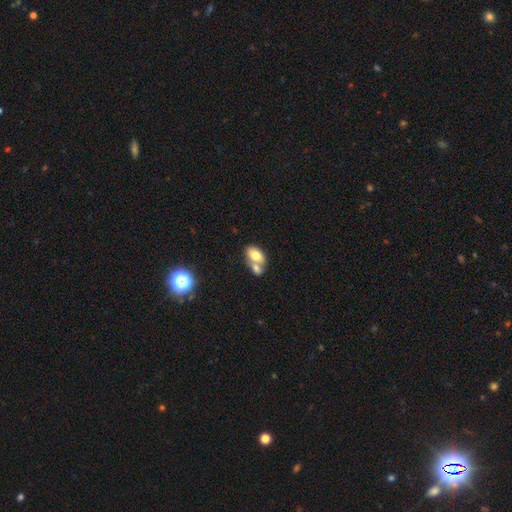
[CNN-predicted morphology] Smooth or featured: smooth — 73% (featured or disk — 19%)
How rounded: in between — 85% (round — 14%)
Merging: merger — 58% (none — 29%)